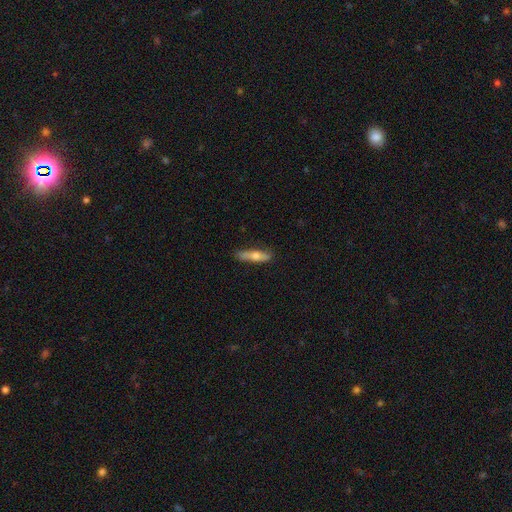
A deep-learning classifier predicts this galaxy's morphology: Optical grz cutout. It shows a smooth galaxy with no disk features (51%) that is cigar-shaped (74%). Merging: none (82%).